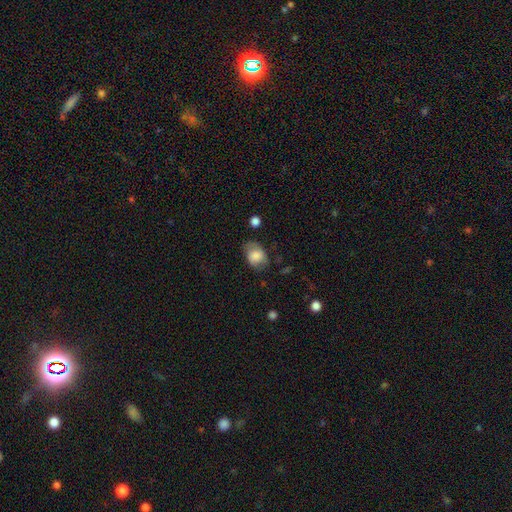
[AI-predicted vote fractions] smooth-or-featured: smooth: 76% | featured or disk: 16% | star or artifact: 8%
  how-rounded: in between: 69% | round: 30% | cigar-shaped: 1%
  merging: none: 58% | minor disturbance: 28% | major disturbance: 12% | merger: 2%